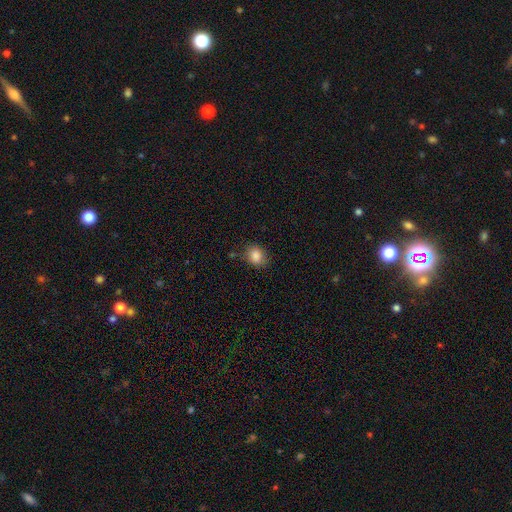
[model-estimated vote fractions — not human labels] The model was most divided on "how rounded": round: 55%, in between: 44%, cigar-shaped: 1%. More confident: smooth or featured — smooth (86%); merging — none (78%).